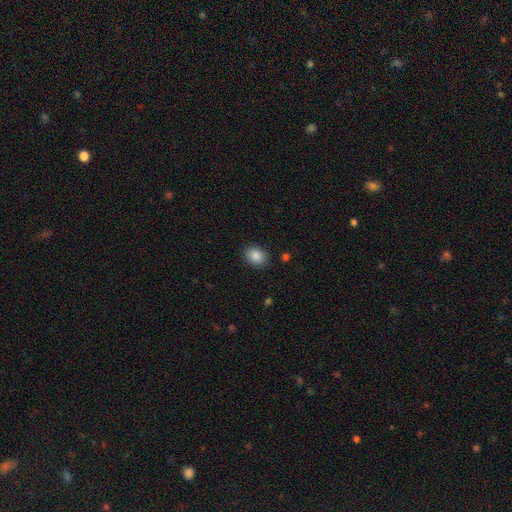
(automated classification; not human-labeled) smooth-or-featured: smooth: 87% | star or artifact: 9% | featured or disk: 5%
  how-rounded: in between: 51% | round: 48% | cigar-shaped: 1%
  merging: none: 88% | minor disturbance: 8% | major disturbance: 2% | merger: 1%